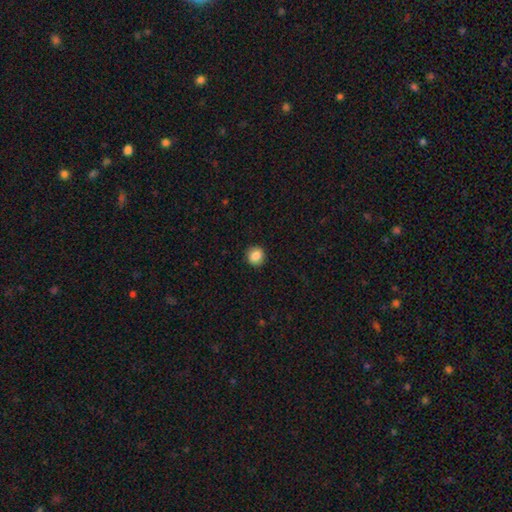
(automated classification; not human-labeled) Smooth or featured? Predicted: smooth (p=0.87). How rounded? Predicted: round (p=0.90). Merging? Predicted: none (p=0.91).